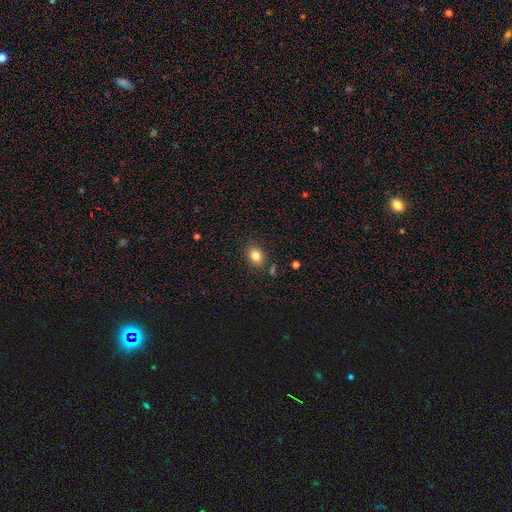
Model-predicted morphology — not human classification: smooth_or_featured: smooth (p=0.82) [alt: star or artifact p=0.10]
how_rounded: in between (p=0.62) [alt: round p=0.37]
merging: none (p=0.80) [alt: minor disturbance p=0.13]